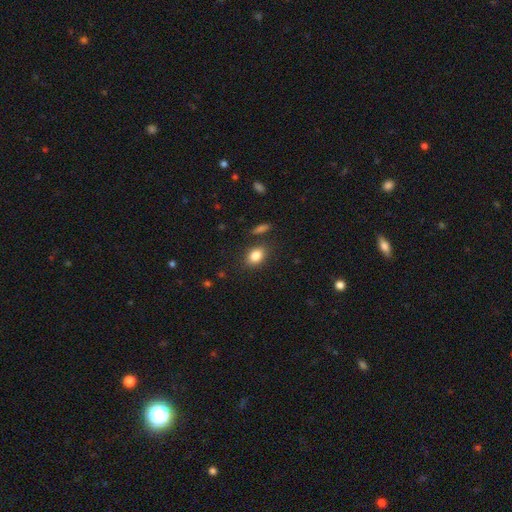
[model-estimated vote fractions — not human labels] Morphology: type=smooth (84%); roundness=in between (73%); merging=none (83%).